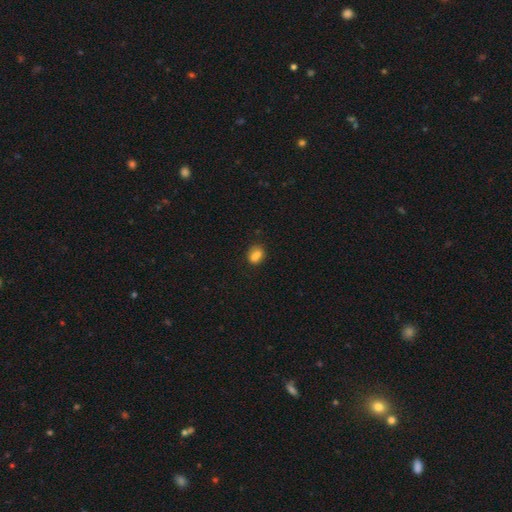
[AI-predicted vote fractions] Smooth or featured? Predicted: smooth (p=0.75). How rounded? Predicted: in between (p=0.50). Merging? Predicted: none (p=0.53).